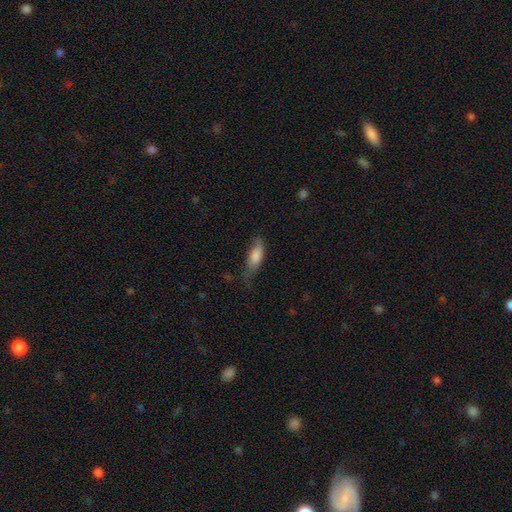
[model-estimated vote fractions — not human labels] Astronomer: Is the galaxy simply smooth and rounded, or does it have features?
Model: smooth — 76%.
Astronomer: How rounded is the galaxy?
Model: in between — 65%.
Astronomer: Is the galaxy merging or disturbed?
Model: none — 53% (runner-up: minor disturbance, 33%).